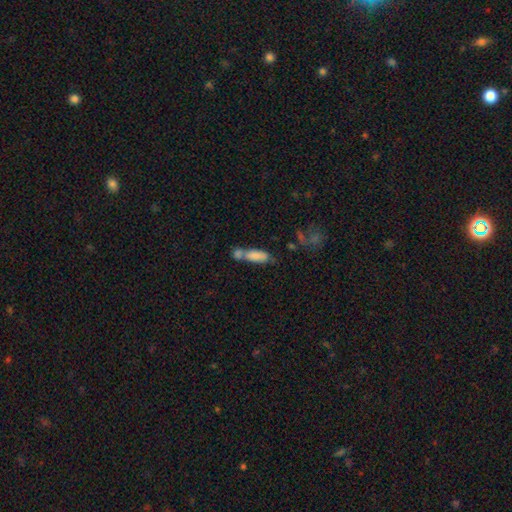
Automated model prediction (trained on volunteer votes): Morphology: type=smooth (81%); roundness=in between (64%); merging=merger (52%).